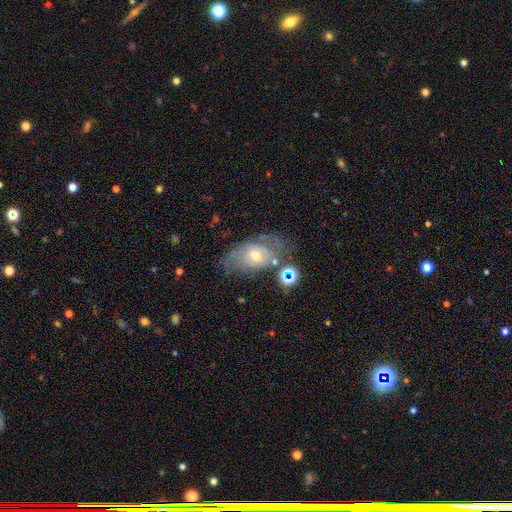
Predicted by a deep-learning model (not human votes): A featured or disk galaxy (70%) with no bar (71%), tight (49%) spiral arms (81%) and a moderate central bulge (48%).

Vote fractions:
- Smooth or featured? featured or disk: 70% / smooth: 19% / star or artifact: 11%
- Edge-on disk? no: 94% / yes: 6%
- Bar? no: 71% / weak: 25% / strong: 4%
- Spiral arms? yes: 81% / no: 19%
- Spiral winding? tight: 49% / medium: 36% / loose: 15%
- Spiral arm count? can't tell: 47% / 2: 33% / 3: 8% / 1: 5% / 4: 4% / more than 4: 3%
- Bulge size? moderate: 48% / small: 47% / large: 3% / none: 1% / dominant: 1%
- Merging? none: 54% / minor disturbance: 22% / major disturbance: 17% / merger: 6%